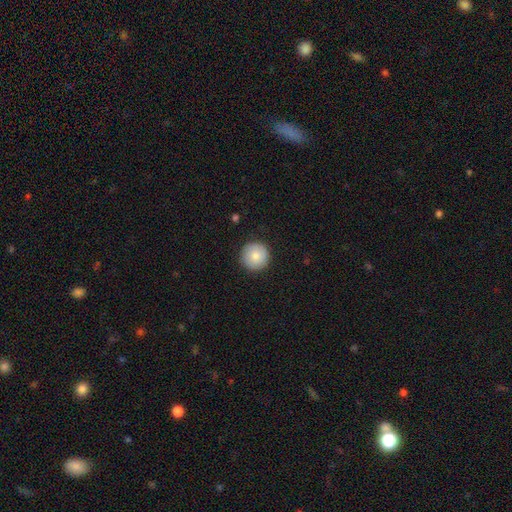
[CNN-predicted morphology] Overall: smooth (85%). How rounded: round (96%). Merging: none (91%).